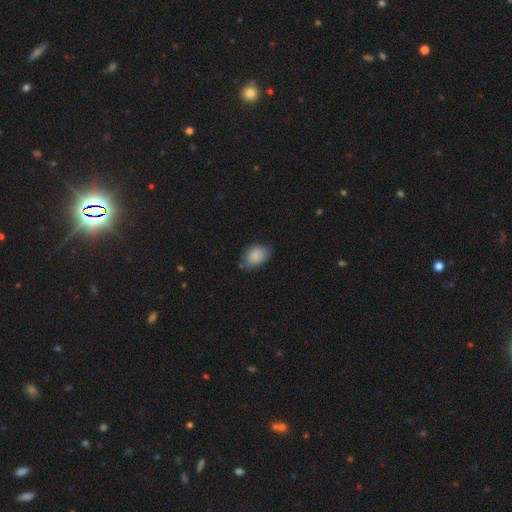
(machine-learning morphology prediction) Smooth or featured? smooth (86%)
How rounded? in between (77%)
Merging? none (65%)